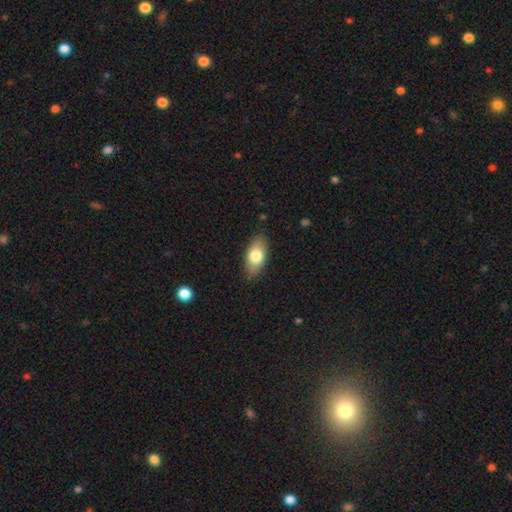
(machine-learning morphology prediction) The model was most divided on "smooth or featured": smooth: 73%, featured or disk: 20%, star or artifact: 6%. More confident: how rounded — in between (89%); merging — none (86%).